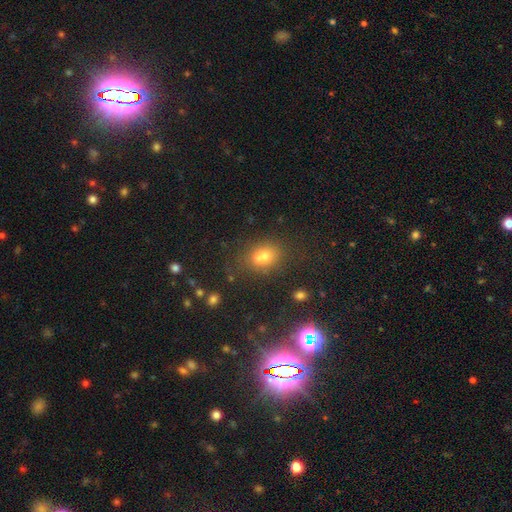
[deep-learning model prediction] Q: Smooth or featured?
A: smooth (55%); runner-up: star or artifact (36%)
Q: How rounded?
A: in between (62%); runner-up: round (36%)
Q: Merging?
A: none (78%); runner-up: minor disturbance (12%)